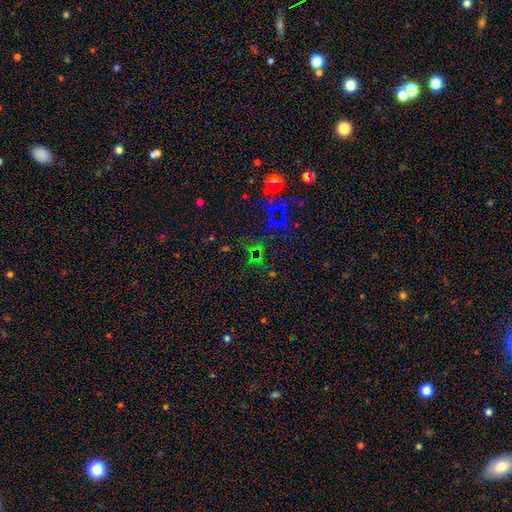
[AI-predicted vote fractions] This appears to be a star or artifact, not a galaxy (69%).